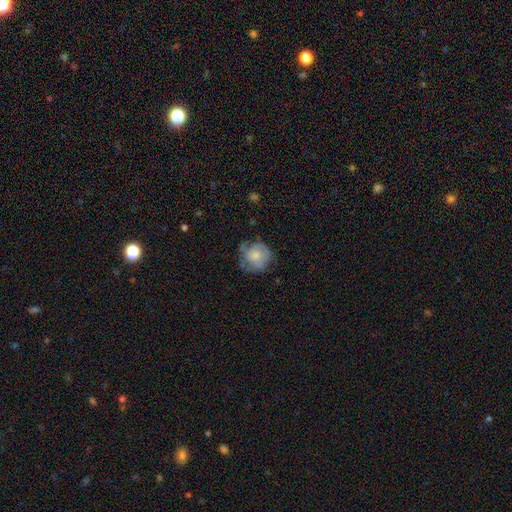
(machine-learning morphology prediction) A smooth galaxy with no disk features (52%) that is round (84%). Merging: none (57%).